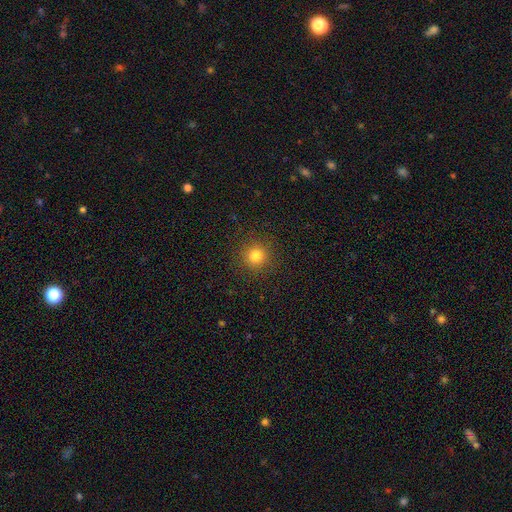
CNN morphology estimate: This is clearly a smooth galaxy (81%). How rounded: clearly round (94%). Merging: clearly none (91%).